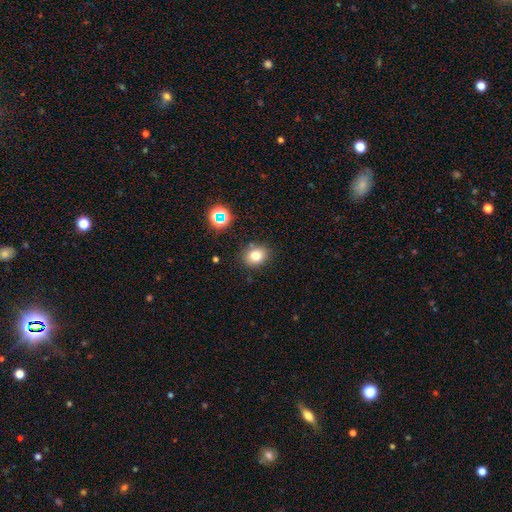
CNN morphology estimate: smooth-or-featured: smooth: 77% | star or artifact: 14% | featured or disk: 9%
  how-rounded: round: 56% | in between: 43% | cigar-shaped: 1%
  merging: none: 83% | minor disturbance: 10% | merger: 4% | major disturbance: 3%